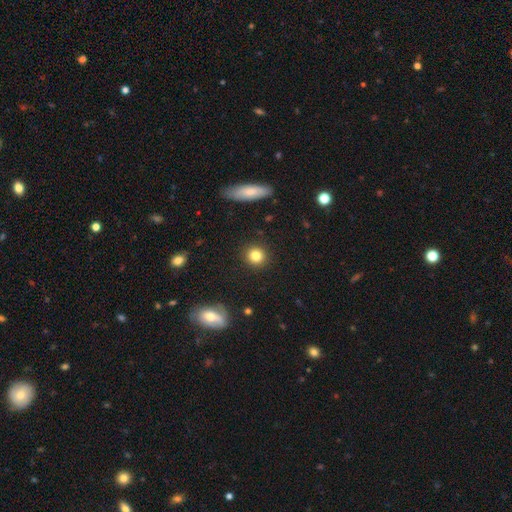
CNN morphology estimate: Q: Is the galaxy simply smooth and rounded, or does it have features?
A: smooth — 83%.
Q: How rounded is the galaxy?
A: round — 92%.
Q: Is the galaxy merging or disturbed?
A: none — 92%.